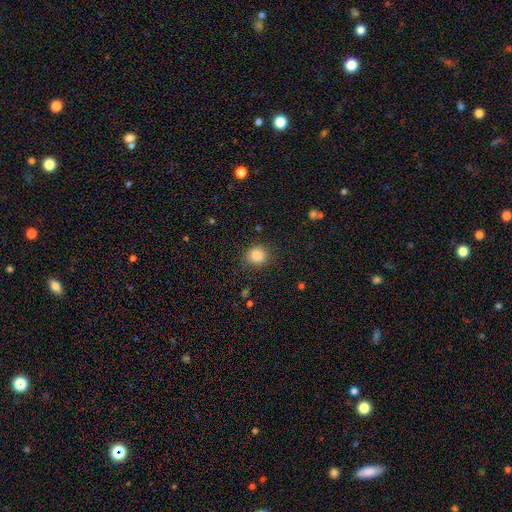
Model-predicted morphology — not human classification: Smooth or featured? smooth (84%)
How rounded? round (85%)
Merging? none (85%)